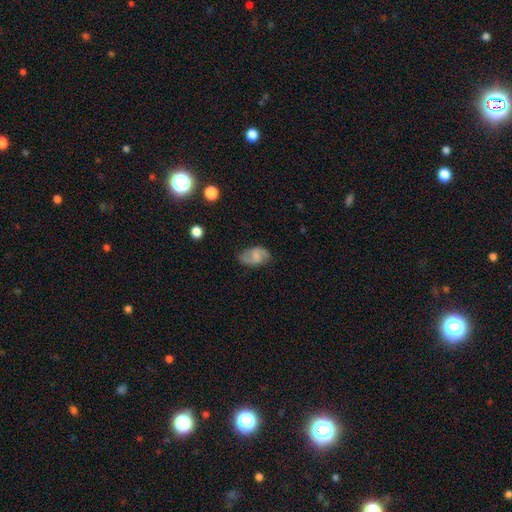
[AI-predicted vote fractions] Smooth or featured? Predicted: smooth (p=0.54). How rounded? Predicted: in between (p=0.90). Merging? Predicted: none (p=0.69).